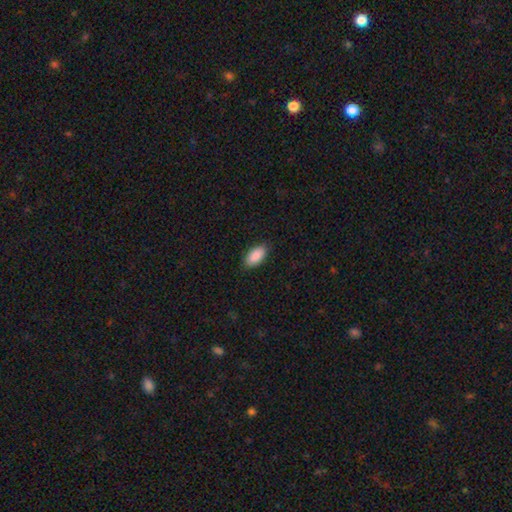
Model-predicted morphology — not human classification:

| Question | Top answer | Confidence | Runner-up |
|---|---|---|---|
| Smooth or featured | smooth | 90% | star or artifact (6%) |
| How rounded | in between | 94% | cigar-shaped (4%) |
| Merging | none | 87% | minor disturbance (10%) |